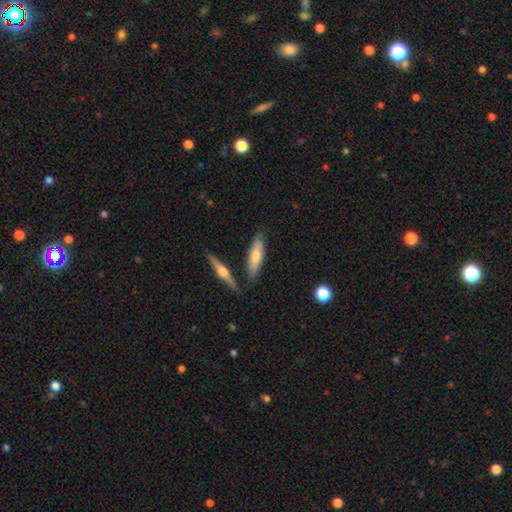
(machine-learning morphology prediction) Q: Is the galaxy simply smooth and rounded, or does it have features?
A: smooth — 57%.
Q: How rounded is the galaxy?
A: cigar-shaped — 66%.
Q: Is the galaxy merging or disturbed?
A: none — 76%.